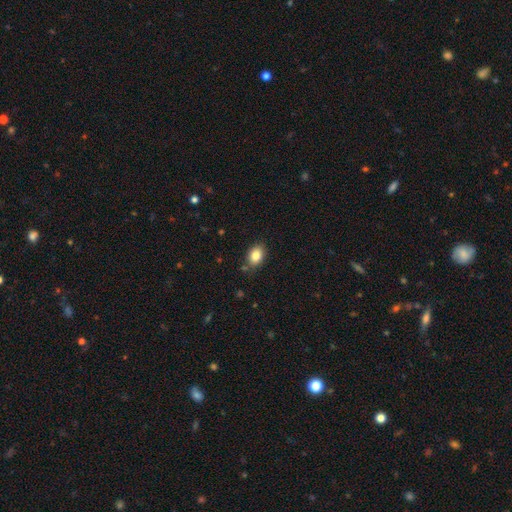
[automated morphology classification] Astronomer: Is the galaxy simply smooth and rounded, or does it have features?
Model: smooth — 85%.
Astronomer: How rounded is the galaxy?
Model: in between — 77%.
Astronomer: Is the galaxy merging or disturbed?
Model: none — 82%.